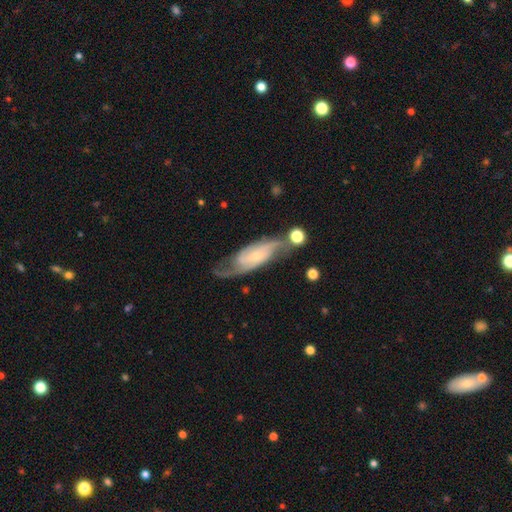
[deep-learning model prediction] Smooth or featured? featured or disk (81%)
Edge-on disk? no (89%)
Bar? no (62%)
Spiral arms? yes (95%)
Spiral winding? medium (44%)
Spiral arm count? 2 (82%)
Bulge size? small (74%)
Merging? none (61%)